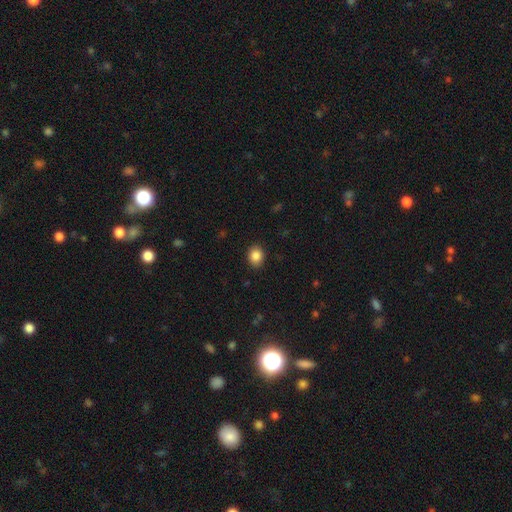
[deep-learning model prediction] The model was most divided on "how rounded": round: 52%, in between: 47%, cigar-shaped: 1%. More confident: merging — none (89%); smooth or featured — smooth (86%).